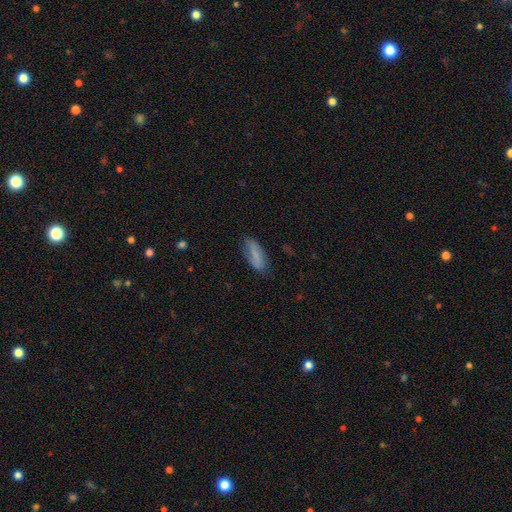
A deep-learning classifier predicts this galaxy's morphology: Overall: smooth (79%). How rounded: in between (72%). Merging: none (70%).